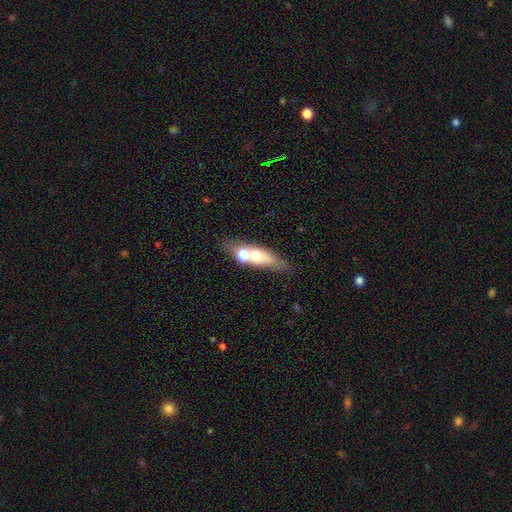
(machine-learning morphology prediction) smooth 51%, featured or disk 40%, star or artifact 9%. Down the decision tree: how rounded — in between (52%); merging — none (45%).